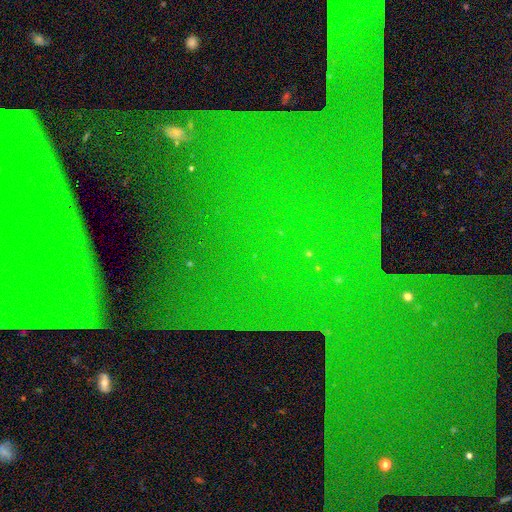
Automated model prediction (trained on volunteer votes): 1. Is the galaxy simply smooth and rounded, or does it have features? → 83% star or artifact, 9% featured or disk, 9% smooth.